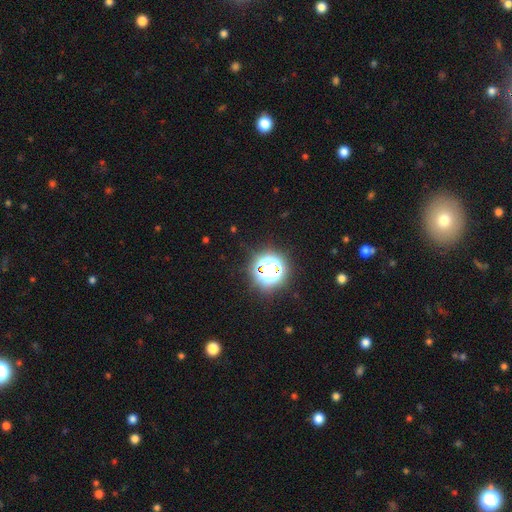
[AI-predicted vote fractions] Smooth or featured? Predicted: star or artifact (p=0.72).